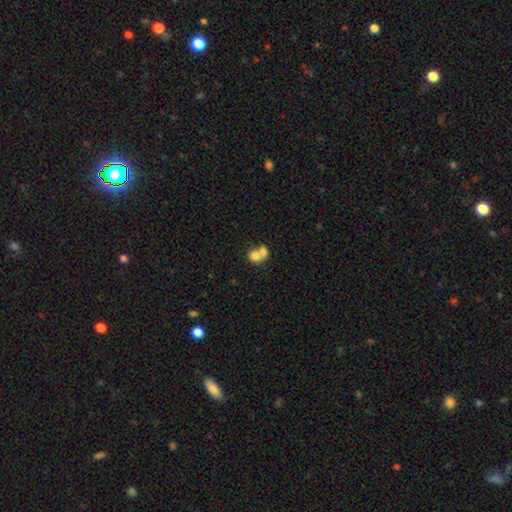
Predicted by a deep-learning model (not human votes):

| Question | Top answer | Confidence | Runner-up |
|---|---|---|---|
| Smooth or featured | smooth | 74% | featured or disk (17%) |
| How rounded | round | 68% | in between (31%) |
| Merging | merger | 69% | none (23%) |